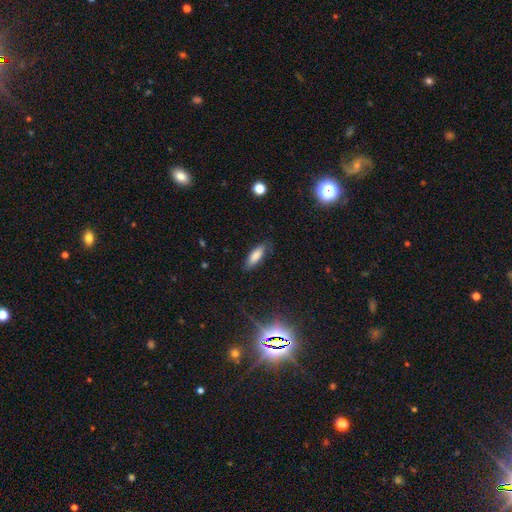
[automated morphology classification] A smooth galaxy with no disk features (81%) that is in between round and cigar-shaped (64%). Merging: none (77%).